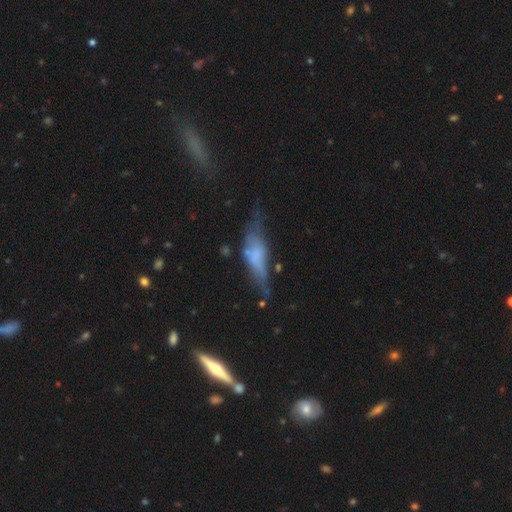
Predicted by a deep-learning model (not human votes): A featured or disk galaxy (48%). Merging: none (44%).